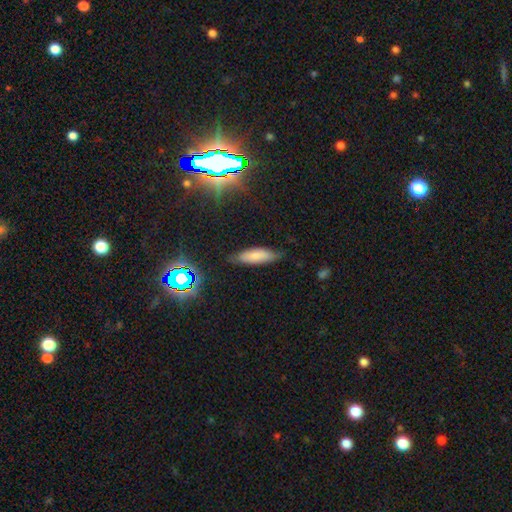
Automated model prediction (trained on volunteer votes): The model was most divided on "how rounded": in between: 52%, cigar-shaped: 46%, round: 2%. More confident: merging — none (76%); smooth or featured — smooth (74%).